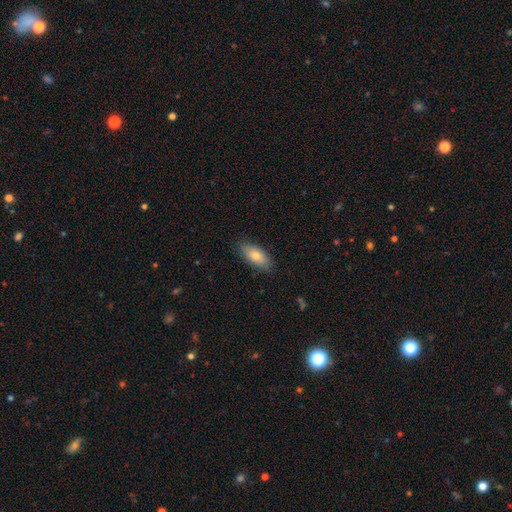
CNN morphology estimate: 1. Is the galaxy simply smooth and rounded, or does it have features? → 80% smooth, 14% featured or disk, 6% star or artifact.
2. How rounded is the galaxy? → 88% in between, 10% cigar-shaped, 3% round.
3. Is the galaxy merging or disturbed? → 83% none, 13% minor disturbance, 3% major disturbance, 1% merger.